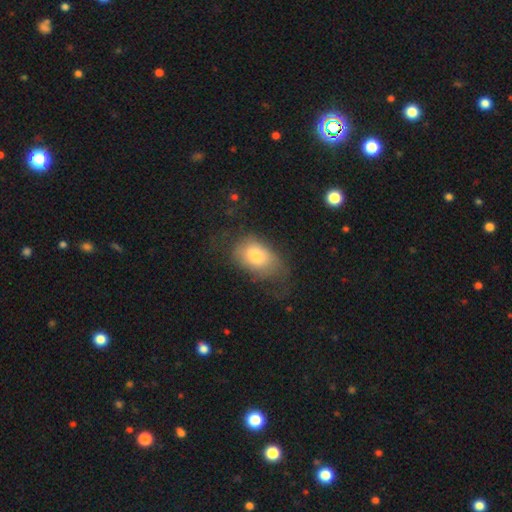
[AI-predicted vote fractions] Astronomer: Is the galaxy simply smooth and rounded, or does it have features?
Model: smooth — 71%.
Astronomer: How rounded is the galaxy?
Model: in between — 85%.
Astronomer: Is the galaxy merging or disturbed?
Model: none — 42% (runner-up: major disturbance, 29%).